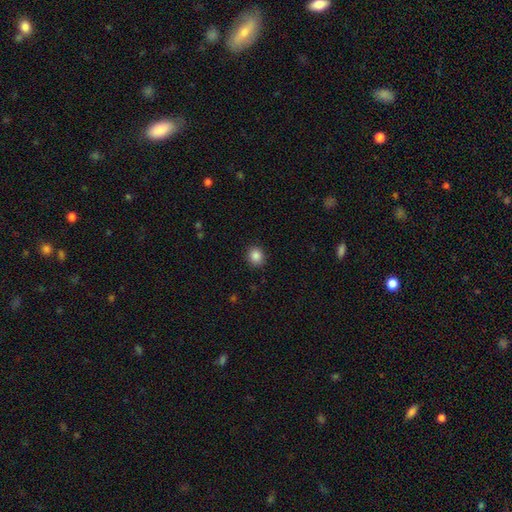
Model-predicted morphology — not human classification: This is clearly a smooth galaxy (86%). How rounded: likely round (80%). Merging: clearly none (90%).